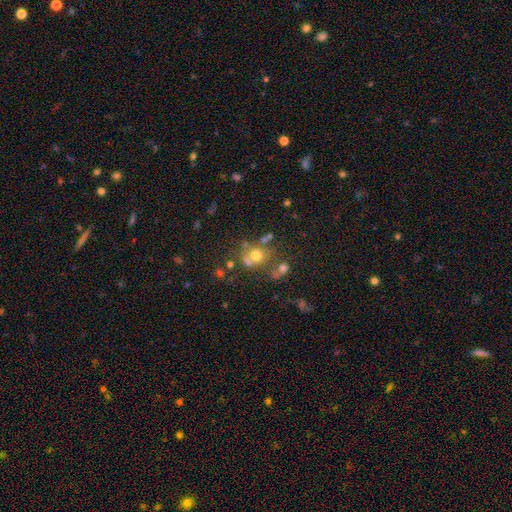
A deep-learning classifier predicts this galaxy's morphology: smooth_or_featured: smooth (p=0.59) [alt: star or artifact p=0.22]
how_rounded: round (p=0.79) [alt: in between p=0.20]
merging: none (p=0.54) [alt: merger p=0.27]